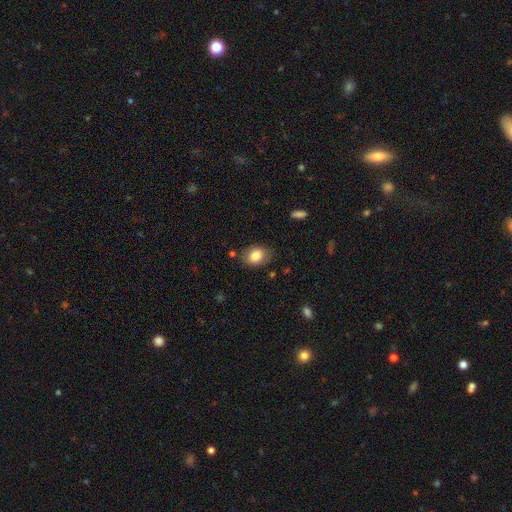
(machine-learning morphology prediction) Overall: smooth (82%). How rounded: in between (63%; round 36%). Merging: none (80%).